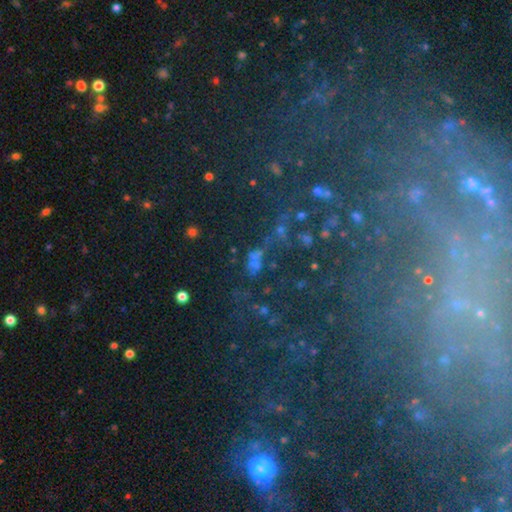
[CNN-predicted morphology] smooth_or_featured: star or artifact (p=0.65) [alt: featured or disk p=0.18]